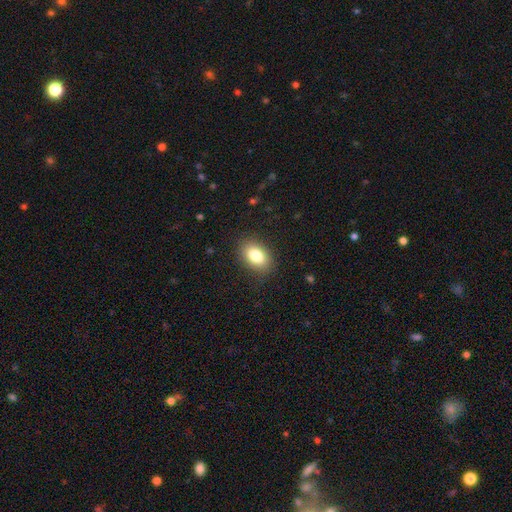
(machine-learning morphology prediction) type=smooth (83%); roundness=in between (87%); merging=none (87%).